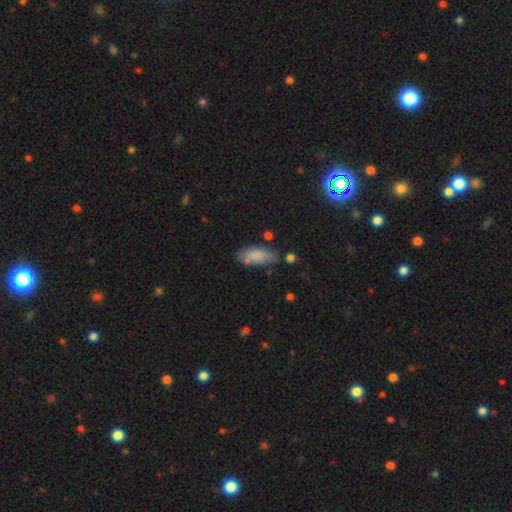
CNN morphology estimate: smooth 80%, featured or disk 13%, star or artifact 8%. Down the decision tree: how rounded — in between (81%); merging — none (60%).